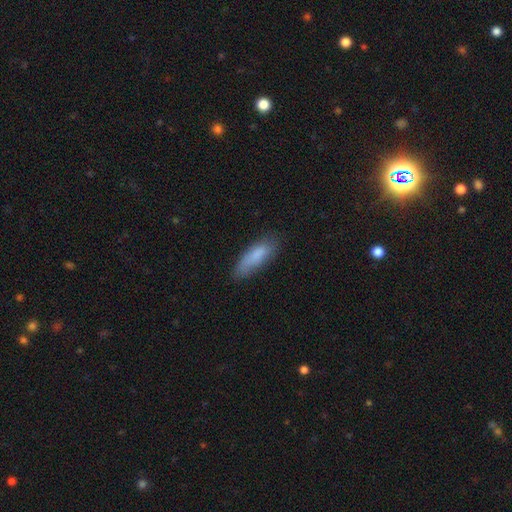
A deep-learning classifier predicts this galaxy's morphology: Smooth or featured? smooth (81%)
How rounded? in between (55%)
Merging? none (71%)